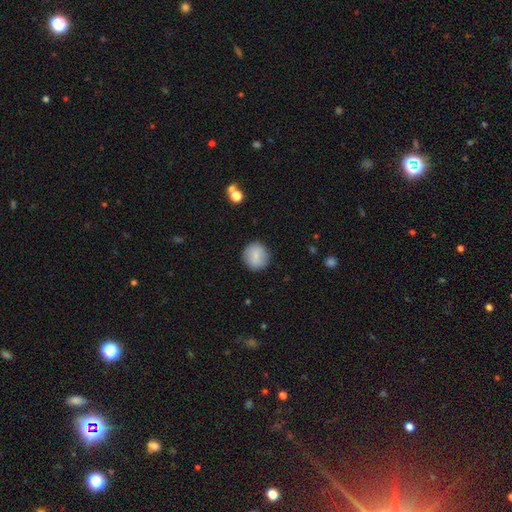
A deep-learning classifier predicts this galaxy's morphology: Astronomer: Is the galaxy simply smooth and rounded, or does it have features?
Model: smooth — 81%.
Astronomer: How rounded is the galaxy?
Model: round — 88%.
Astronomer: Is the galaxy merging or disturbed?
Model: none — 87%.